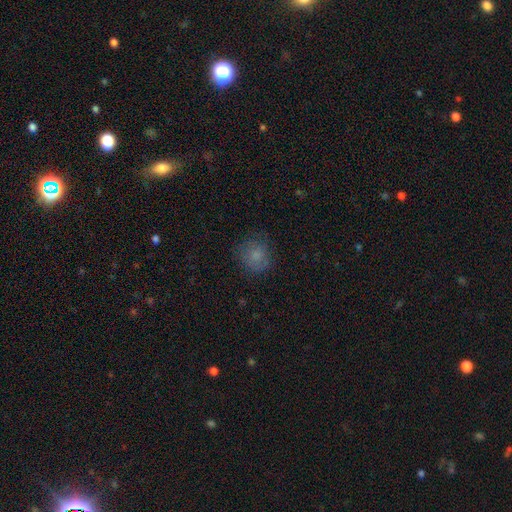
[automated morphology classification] A smooth galaxy with no disk features (80%) that is round (83%).

Vote fractions:
- Smooth or featured? smooth: 80% / star or artifact: 10% / featured or disk: 9%
- How rounded? round: 83% / in between: 16% / cigar-shaped: 1%
- Merging? none: 75% / minor disturbance: 18% / major disturbance: 6% / merger: 1%